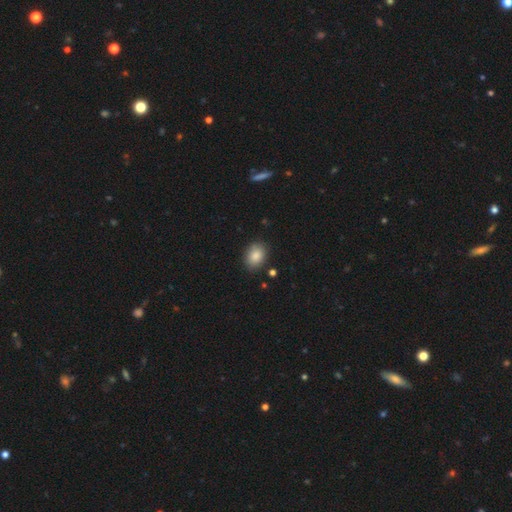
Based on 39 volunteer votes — A smooth galaxy with no disk features (87%) that is in between round and cigar-shaped (65%).

Vote fractions:
- Smooth or featured? smooth: 87% / star or artifact: 8% / featured or disk: 5%
- How rounded? in between: 65% / round: 32% / cigar-shaped: 3%
- Merging? none: 92% / minor disturbance: 8% / major disturbance: 0% / merger: 0%